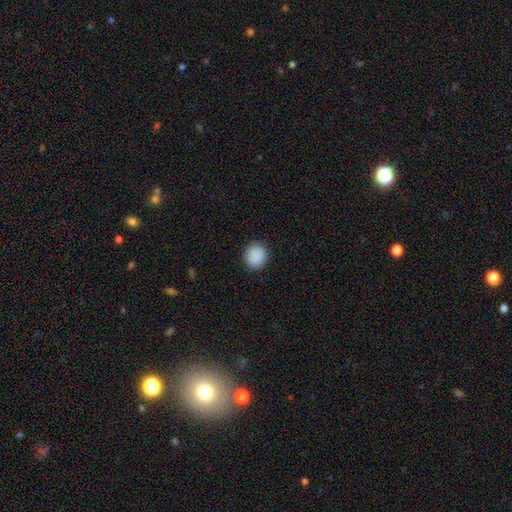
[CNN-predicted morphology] Smooth or featured?
  - smooth: 90% *
  - star or artifact: 8%
  - featured or disk: 2%
How rounded?
  - round: 78% *
  - in between: 21%
  - cigar-shaped: 1%
Merging?
  - none: 90% *
  - minor disturbance: 7%
  - major disturbance: 2%
  - merger: 1%